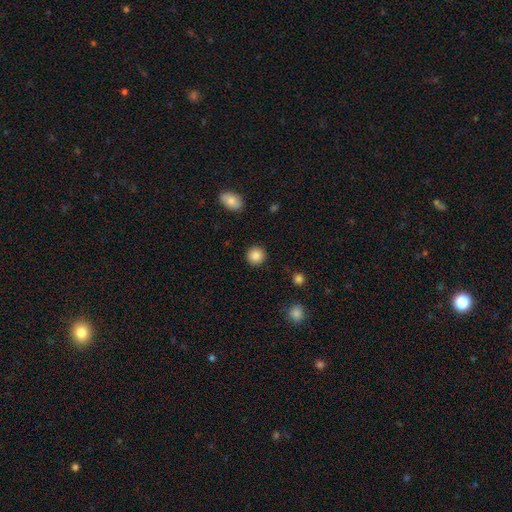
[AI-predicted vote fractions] Smooth or featured: smooth — 86% (star or artifact — 9%)
How rounded: round — 93% (in between — 6%)
Merging: none — 92% (minor disturbance — 5%)